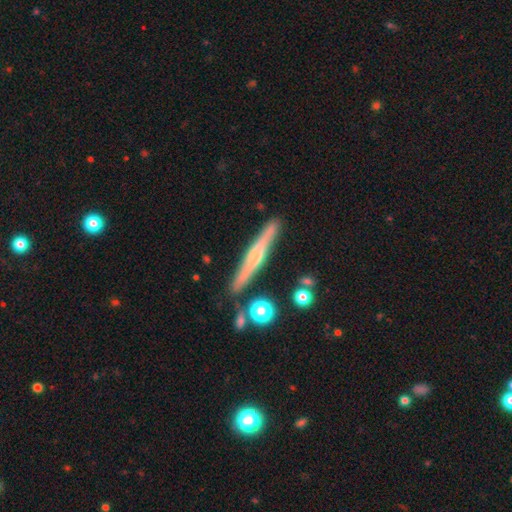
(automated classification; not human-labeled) Morphology: type=featured or disk (59%); edge-on=yes (95%); edge-on bulge=rounded (56%); merging=none (84%).